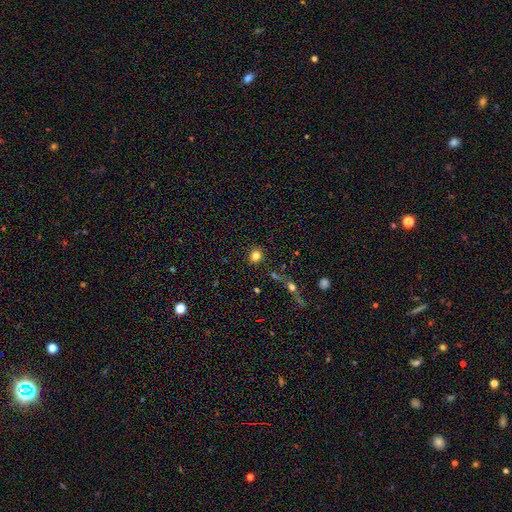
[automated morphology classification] A smooth galaxy with no disk features (81%) that is round (83%). Merging: none (88%).